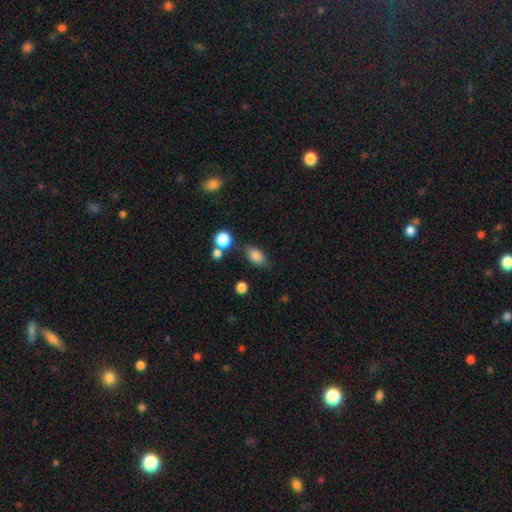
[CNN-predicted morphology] smooth-or-featured: smooth: 83% | star or artifact: 9% | featured or disk: 8%
  how-rounded: in between: 85% | round: 12% | cigar-shaped: 3%
  merging: none: 73% | minor disturbance: 16% | merger: 6% | major disturbance: 5%